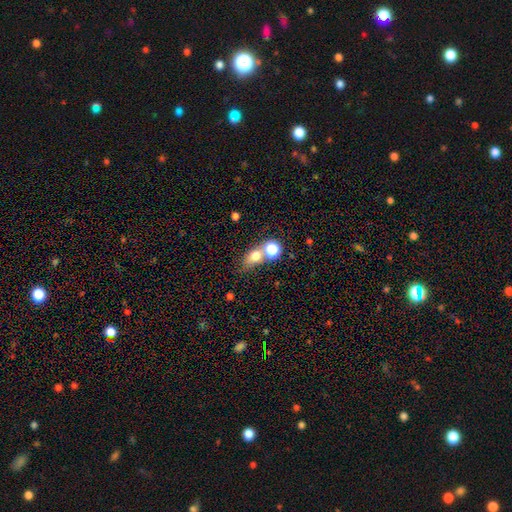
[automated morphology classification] smooth 69%, star or artifact 16%, featured or disk 14%. Down the decision tree: how rounded — in between (56%); merging — none (47%).